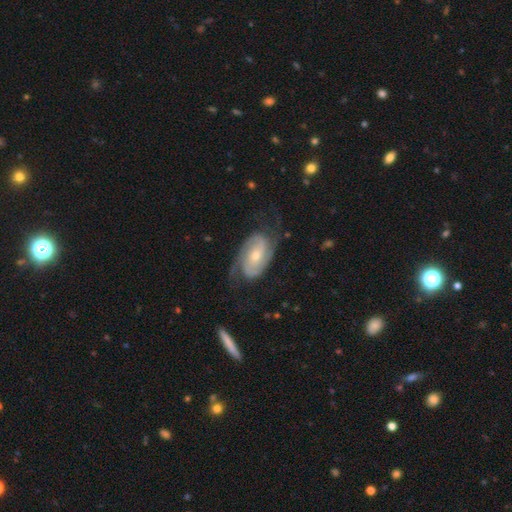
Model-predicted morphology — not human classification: A featured or disk galaxy (86%) with no bar (52%), 2 (84%) medium (43%) spiral arms (96%) and a small central bulge (51%). Merging: none (69%).